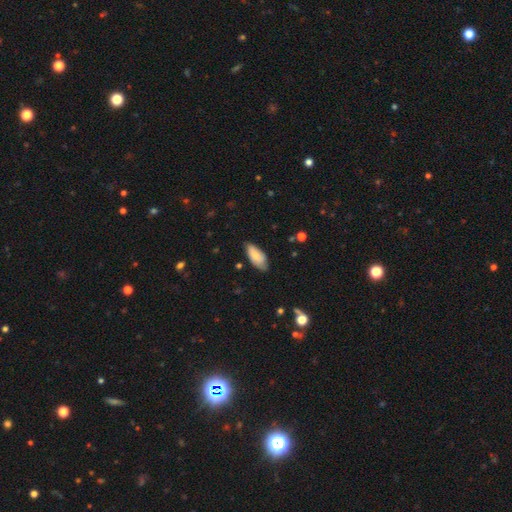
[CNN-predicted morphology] smooth 74%, featured or disk 20%, star or artifact 6%. Down the decision tree: how rounded — in between (89%); merging — none (72%).